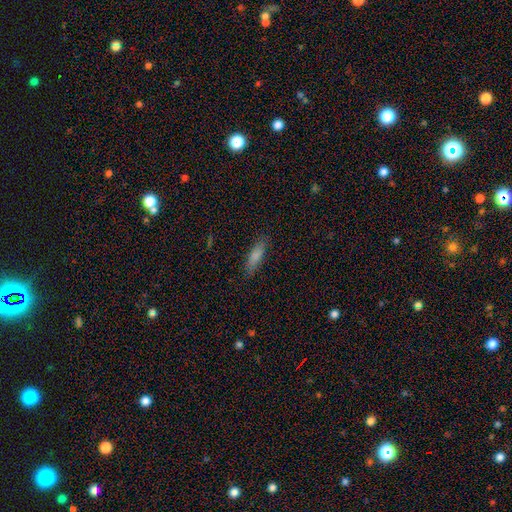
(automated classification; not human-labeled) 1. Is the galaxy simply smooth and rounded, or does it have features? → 83% smooth, 10% featured or disk, 7% star or artifact.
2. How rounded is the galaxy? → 56% cigar-shaped, 42% in between, 2% round.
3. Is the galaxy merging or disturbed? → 84% none, 13% minor disturbance, 3% major disturbance, 1% merger.